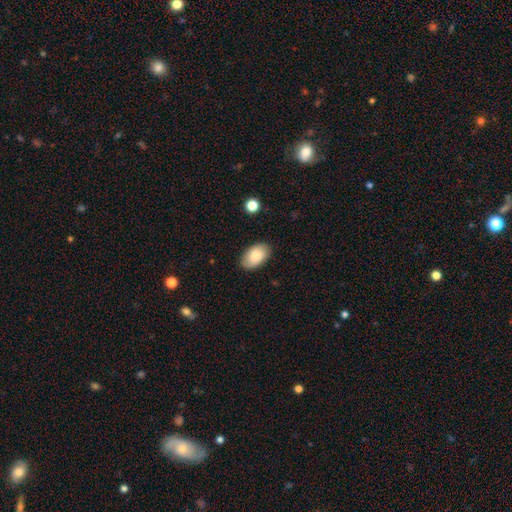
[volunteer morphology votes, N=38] A smooth galaxy with no disk features (92%) that is in between round and cigar-shaped (97%).

Vote fractions:
- Smooth or featured? smooth: 92% / star or artifact: 5% / featured or disk: 3%
- How rounded? in between: 97% / round: 3% / cigar-shaped: 0%
- Merging? none: 89% / minor disturbance: 8% / major disturbance: 3% / merger: 0%